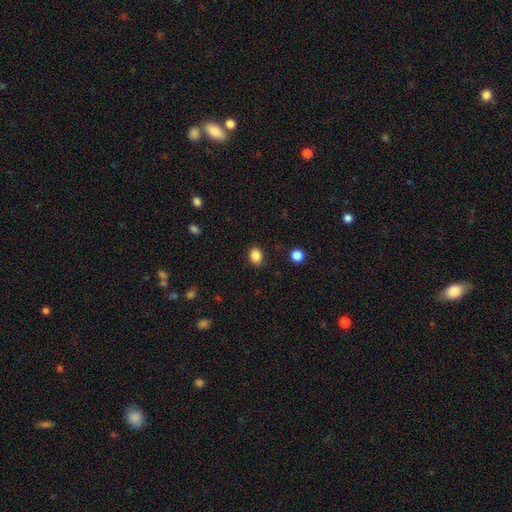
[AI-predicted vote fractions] smooth-or-featured: smooth: 86% | star or artifact: 10% | featured or disk: 4%
  how-rounded: in between: 55% | round: 44% | cigar-shaped: 1%
  merging: none: 87% | minor disturbance: 9% | major disturbance: 2% | merger: 1%